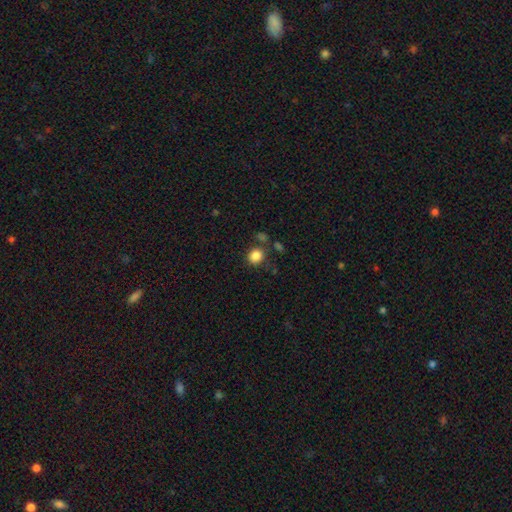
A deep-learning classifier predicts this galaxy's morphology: Smooth or featured: smooth — 86% (star or artifact — 10%)
How rounded: round — 76% (in between — 23%)
Merging: none — 75% (minor disturbance — 11%)